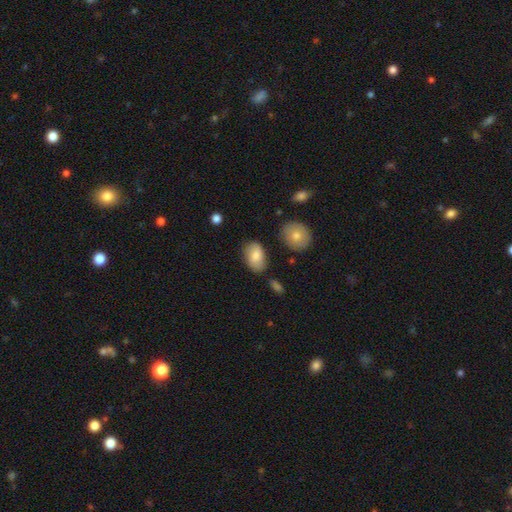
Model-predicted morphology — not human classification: smooth 81%, featured or disk 13%, star or artifact 6%. Down the decision tree: how rounded — in between (91%); merging — none (72%).